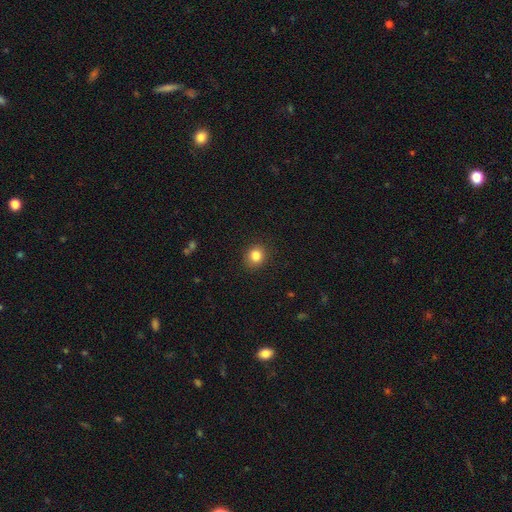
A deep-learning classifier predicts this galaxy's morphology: A smooth galaxy with no disk features (84%) that is round (76%).

Vote fractions:
- Smooth or featured? smooth: 84% / star or artifact: 11% / featured or disk: 6%
- How rounded? round: 76% / in between: 23% / cigar-shaped: 1%
- Merging? none: 89% / minor disturbance: 8% / major disturbance: 2% / merger: 1%